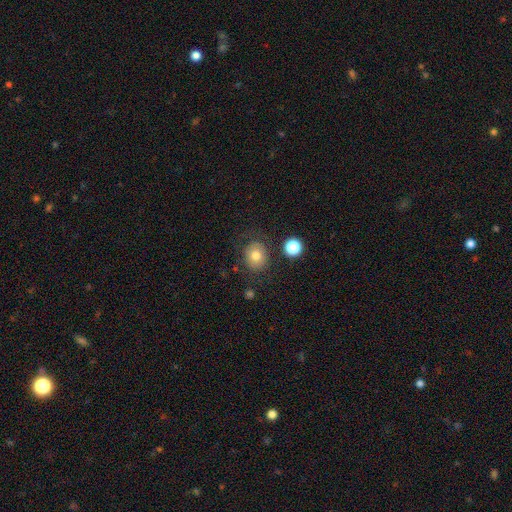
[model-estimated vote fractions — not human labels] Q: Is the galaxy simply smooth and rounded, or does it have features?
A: smooth — 74%.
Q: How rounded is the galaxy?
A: round — 69%.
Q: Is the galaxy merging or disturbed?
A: none — 75%.